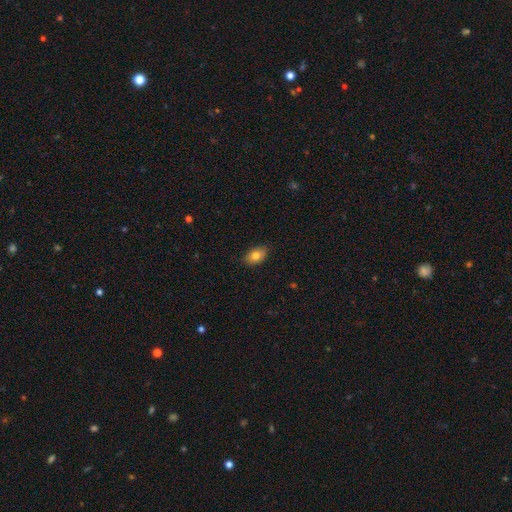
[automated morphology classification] This appears to be a smooth galaxy with no disk features (80%) that is in between round and cigar-shaped (87%). Merging: none (87%).